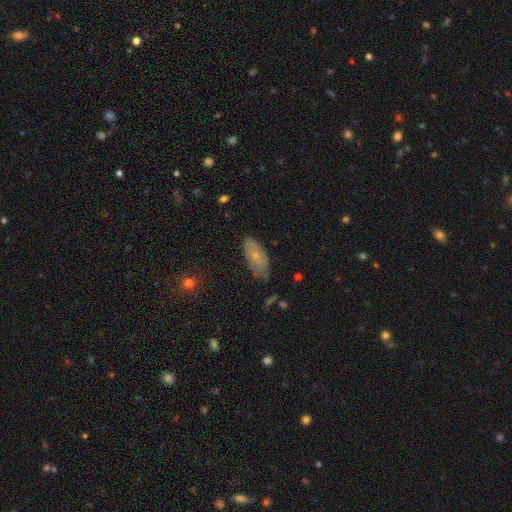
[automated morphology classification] smooth_or_featured: smooth (p=0.61) [alt: featured or disk p=0.31]
how_rounded: in between (p=0.87) [alt: cigar-shaped p=0.10]
merging: none (p=0.69) [alt: minor disturbance p=0.24]